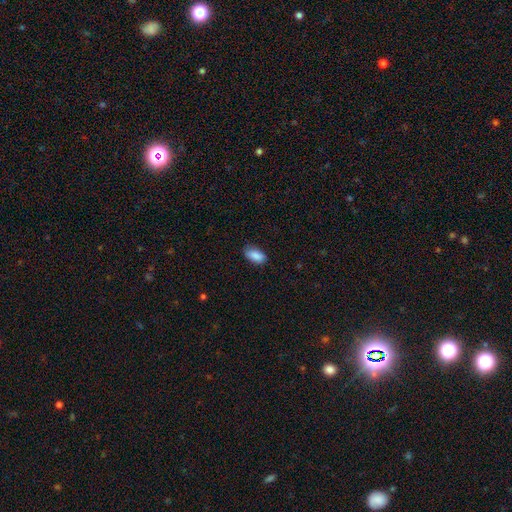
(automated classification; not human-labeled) A smooth galaxy with no disk features (89%) that is in between round and cigar-shaped (91%). Merging: none (81%).